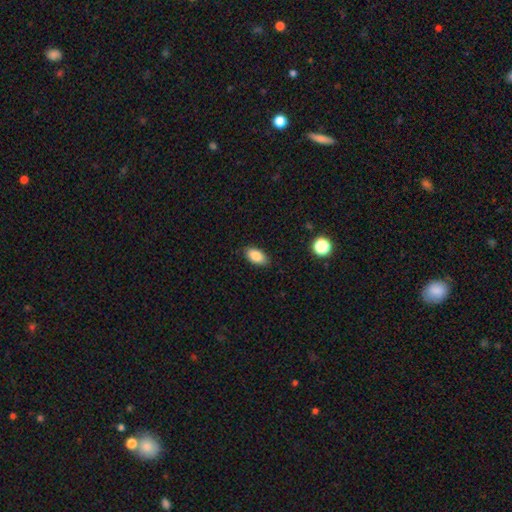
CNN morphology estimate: A smooth galaxy with no disk features (86%) that is in between round and cigar-shaped (92%).

Vote fractions:
- Smooth or featured? smooth: 86% / star or artifact: 8% / featured or disk: 6%
- How rounded? in between: 92% / round: 5% / cigar-shaped: 3%
- Merging? none: 86% / minor disturbance: 11% / major disturbance: 2% / merger: 1%